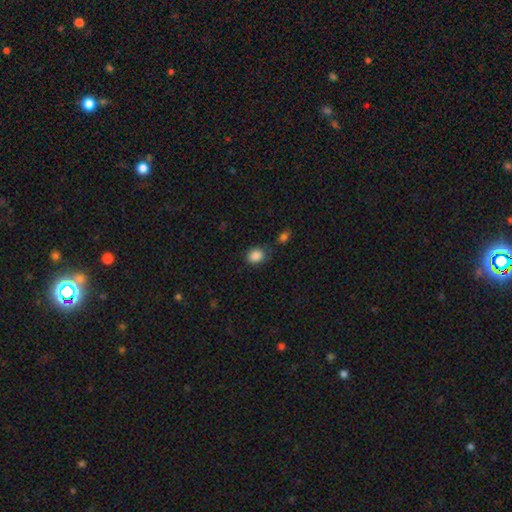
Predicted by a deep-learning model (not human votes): Smooth or featured? Predicted: smooth (p=0.87). How rounded? Predicted: in between (p=0.53). Merging? Predicted: none (p=0.70).